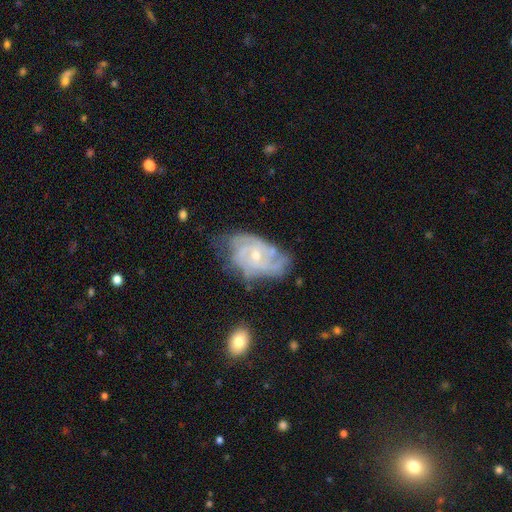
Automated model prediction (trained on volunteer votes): Overall: featured or disk (84%). Edge-on disk: no (97%). Bar: no (70%). Spiral arms: yes (94%). Spiral arm count: 3 (29%; can't tell 28%). Spiral winding: tight (57%; medium 35%). Bulge size: small (62%; moderate 35%). Merging: none (58%; minor disturbance 27%).